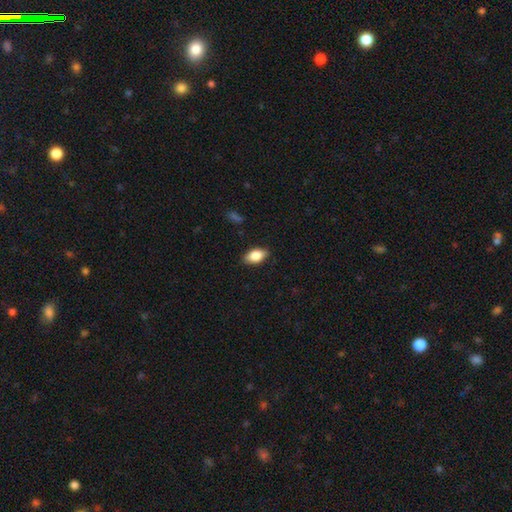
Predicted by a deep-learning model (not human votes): smooth-or-featured: smooth: 82% | featured or disk: 11% | star or artifact: 7%
  how-rounded: in between: 90% | round: 5% | cigar-shaped: 4%
  merging: none: 87% | minor disturbance: 10% | major disturbance: 2% | merger: 1%